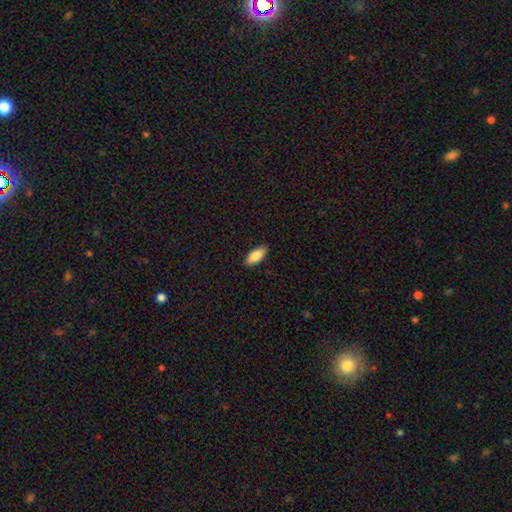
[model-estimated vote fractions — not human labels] This appears to be a smooth galaxy with no disk features (87%) that is in between round and cigar-shaped (88%). Merging: none (88%).